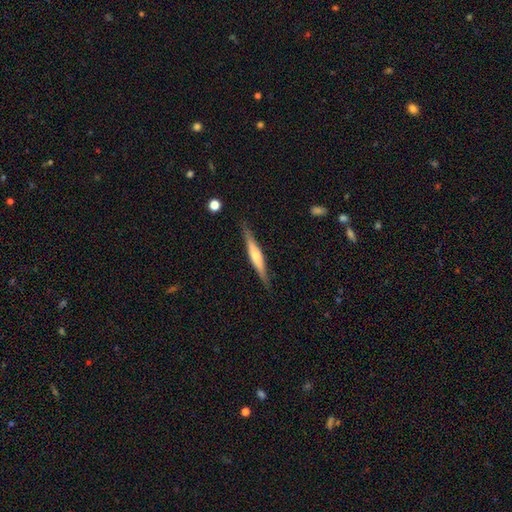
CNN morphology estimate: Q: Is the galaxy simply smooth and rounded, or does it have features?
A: featured or disk — 59%.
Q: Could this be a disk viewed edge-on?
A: yes — 96%.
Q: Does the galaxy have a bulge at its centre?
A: rounded — 74%.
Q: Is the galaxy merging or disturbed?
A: none — 87%.